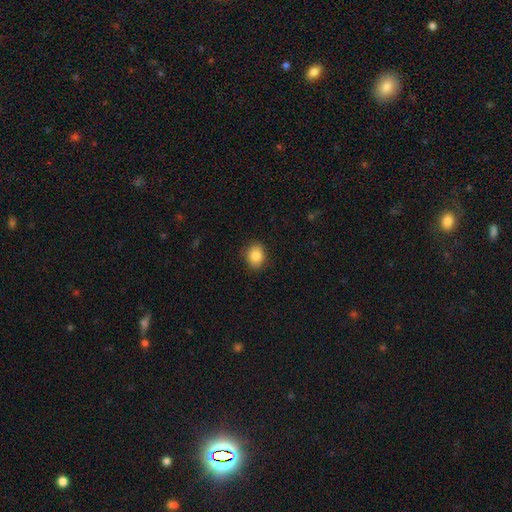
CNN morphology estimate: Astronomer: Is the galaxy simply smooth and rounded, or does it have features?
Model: smooth — 84%.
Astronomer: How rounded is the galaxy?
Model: round — 52% (runner-up: in between, 47%).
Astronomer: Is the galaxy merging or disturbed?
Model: none — 86%.